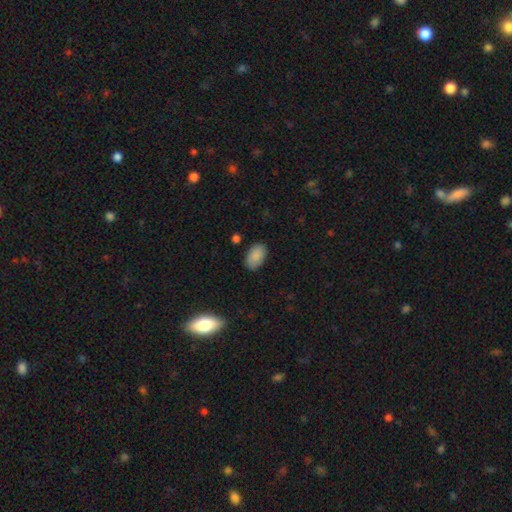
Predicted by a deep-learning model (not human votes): Smooth or featured: smooth — 88% (star or artifact — 7%)
How rounded: in between — 93% (round — 6%)
Merging: none — 85% (minor disturbance — 11%)